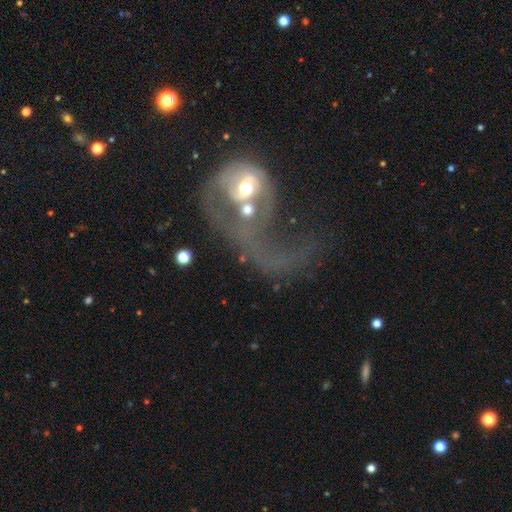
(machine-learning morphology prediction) A featured or disk galaxy (63%) with no bar (71%), spiral arms (61%) and a moderate central bulge (52%).

Vote fractions:
- Smooth or featured? featured or disk: 63% / smooth: 25% / star or artifact: 12%
- Edge-on disk? no: 96% / yes: 4%
- Bar? no: 71% / weak: 22% / strong: 7%
- Spiral arms? yes: 61% / no: 39%
- Bulge size? moderate: 52% / small: 29% / large: 10% / none: 5% / dominant: 4%
- Merging? merger: 40% / major disturbance: 39% / none: 13% / minor disturbance: 8%